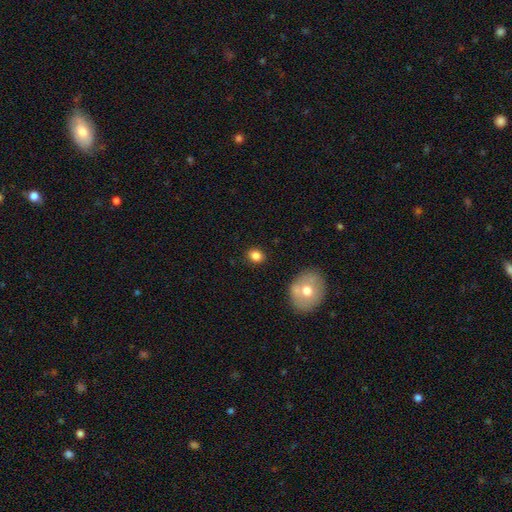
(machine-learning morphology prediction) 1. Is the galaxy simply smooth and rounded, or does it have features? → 83% smooth, 10% star or artifact, 7% featured or disk.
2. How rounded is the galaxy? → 56% round, 43% in between, 1% cigar-shaped.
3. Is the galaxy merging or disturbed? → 87% none, 9% minor disturbance, 2% major disturbance, 2% merger.